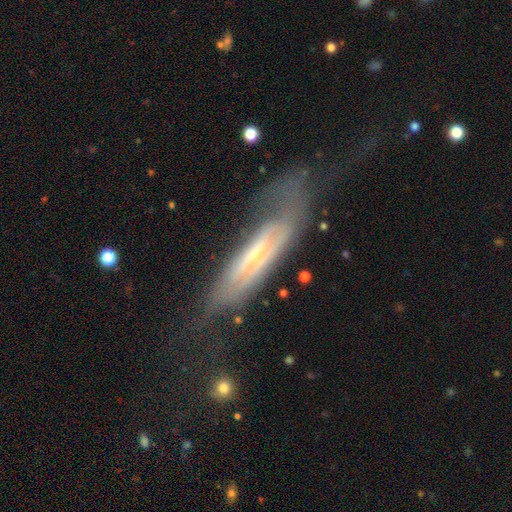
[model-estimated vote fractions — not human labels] Smooth or featured: featured or disk — 65% (smooth — 27%)
Edge-on disk: no — 51% (yes — 49%)
Merging: none — 40% (major disturbance — 32%)